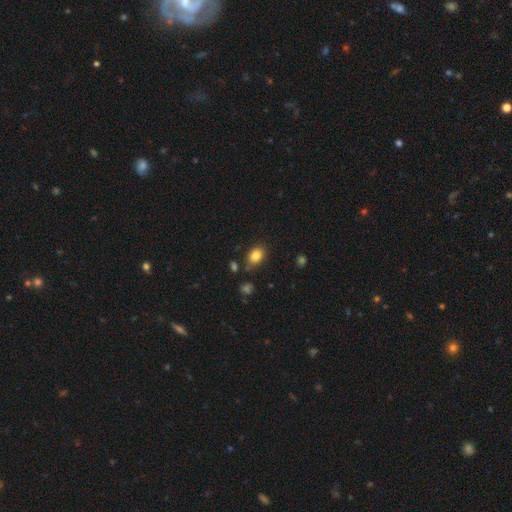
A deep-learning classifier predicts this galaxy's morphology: smooth_or_featured: smooth (p=0.84) [alt: star or artifact p=0.10]
how_rounded: in between (p=0.74) [alt: round p=0.24]
merging: none (p=0.79) [alt: minor disturbance p=0.13]